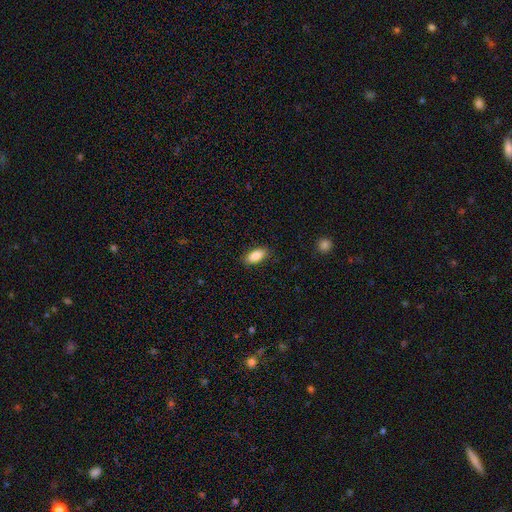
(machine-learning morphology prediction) Smooth or featured: smooth — 84% (featured or disk — 9%)
How rounded: in between — 91% (cigar-shaped — 6%)
Merging: none — 86% (minor disturbance — 10%)